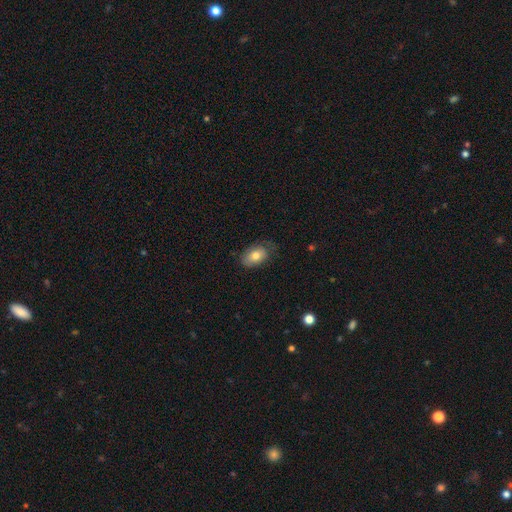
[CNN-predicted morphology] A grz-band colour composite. It shows a smooth galaxy with no disk features (74%) that is in between round and cigar-shaped (88%). Merging: none (64%).